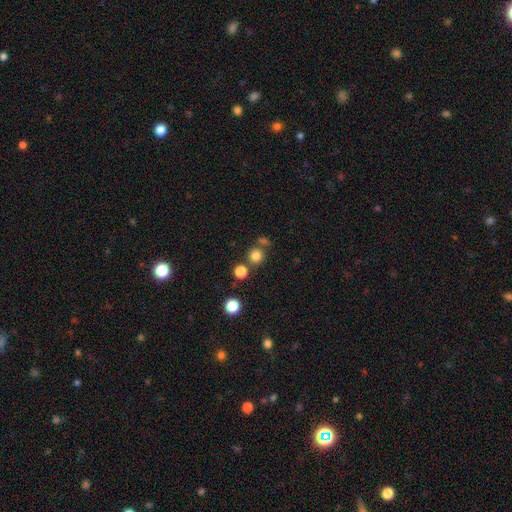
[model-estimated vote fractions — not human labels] Morphology: type=smooth (80%); roundness=round (92%); merging=none (73%).